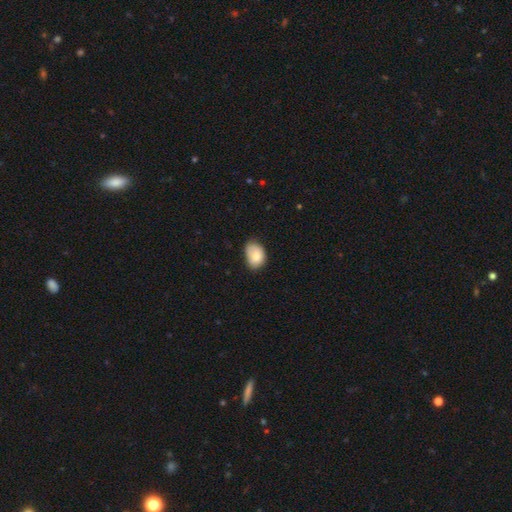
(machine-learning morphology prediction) The model was most divided on "merging": none: 49%, minor disturbance: 40%, major disturbance: 9%, merger: 2%. More confident: smooth or featured — smooth (80%); how rounded — in between (78%).